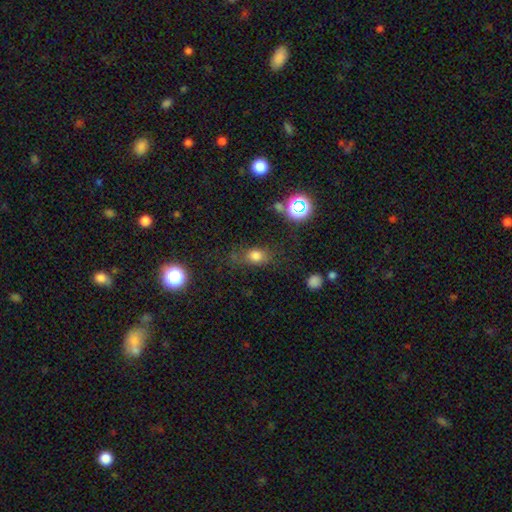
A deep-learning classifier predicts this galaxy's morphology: A smooth galaxy with no disk features (73%) that is in between round and cigar-shaped (61%). Merging: none (64%).